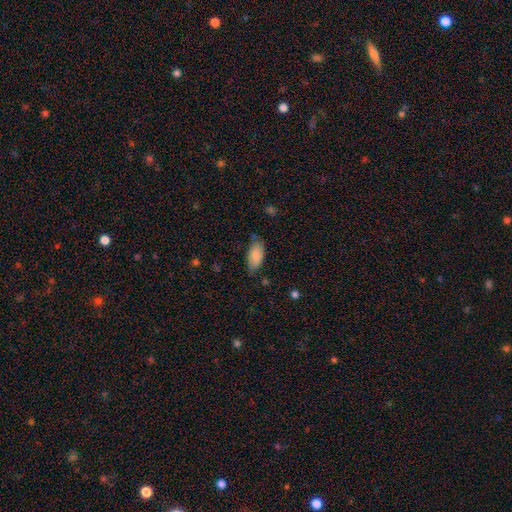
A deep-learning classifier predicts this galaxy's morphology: This is clearly a smooth galaxy (85%). How rounded: clearly in between (90%). Merging: likely none (69%).